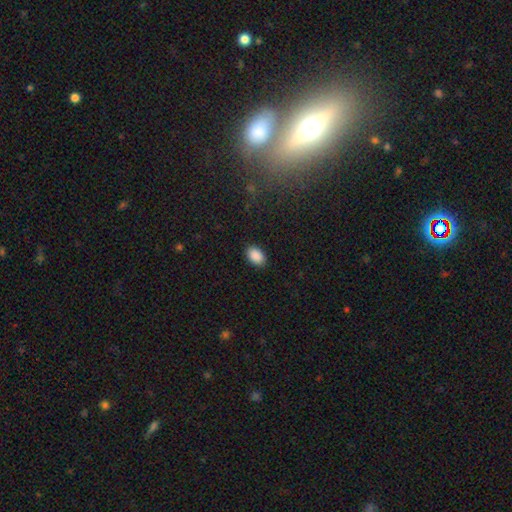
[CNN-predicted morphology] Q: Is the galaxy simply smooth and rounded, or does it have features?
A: smooth — 90%.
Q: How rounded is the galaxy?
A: in between — 89%.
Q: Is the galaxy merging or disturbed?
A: none — 88%.